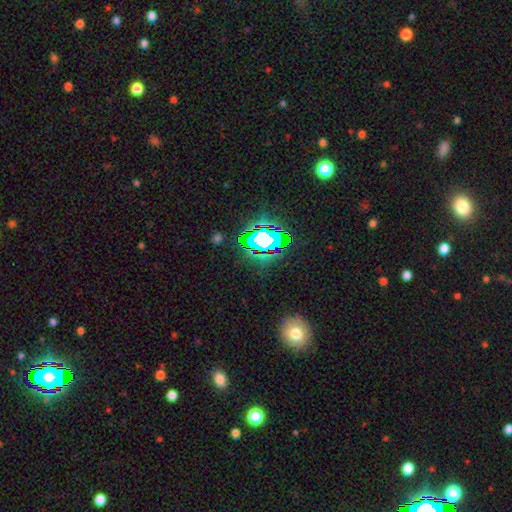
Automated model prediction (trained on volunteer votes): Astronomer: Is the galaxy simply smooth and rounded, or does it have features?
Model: star or artifact — 73%.